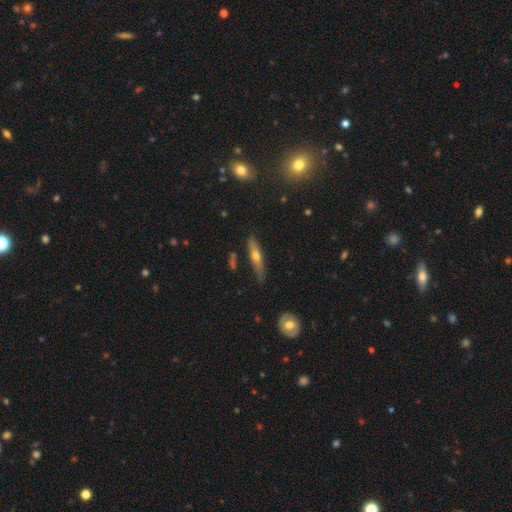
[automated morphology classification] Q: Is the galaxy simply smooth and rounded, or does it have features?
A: featured or disk — 49%.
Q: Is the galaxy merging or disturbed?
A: none — 72%.